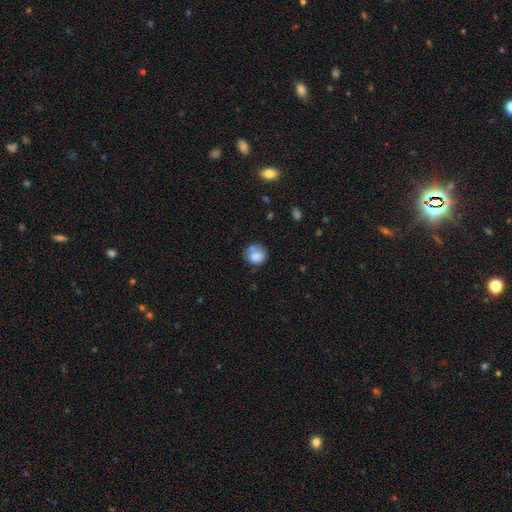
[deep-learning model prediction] smooth_or_featured: smooth (p=0.78) [alt: featured or disk p=0.12]
how_rounded: round (p=0.77) [alt: in between p=0.22]
merging: none (p=0.53) [alt: minor disturbance p=0.22]